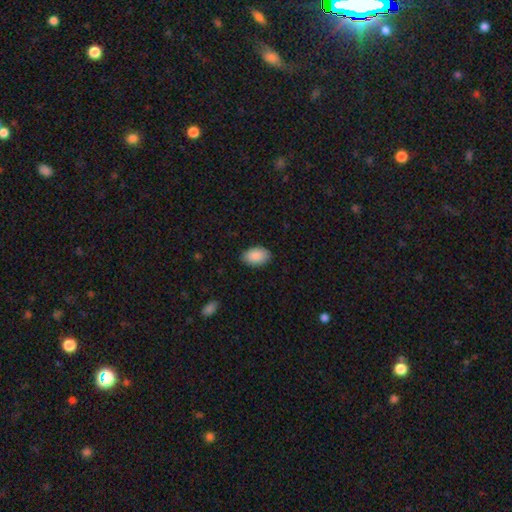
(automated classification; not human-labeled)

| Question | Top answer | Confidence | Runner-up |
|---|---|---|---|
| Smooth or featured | smooth | 90% | star or artifact (6%) |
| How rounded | in between | 92% | round (7%) |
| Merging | none | 86% | minor disturbance (11%) |